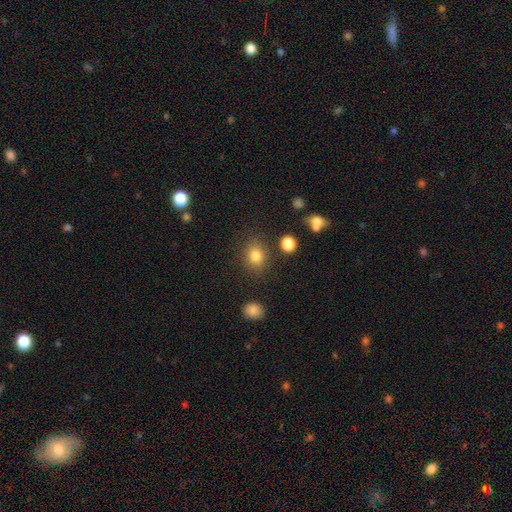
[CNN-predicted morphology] The model was most divided on "how rounded": round: 57%, in between: 42%, cigar-shaped: 1%. More confident: merging — none (82%); smooth or featured — smooth (82%).